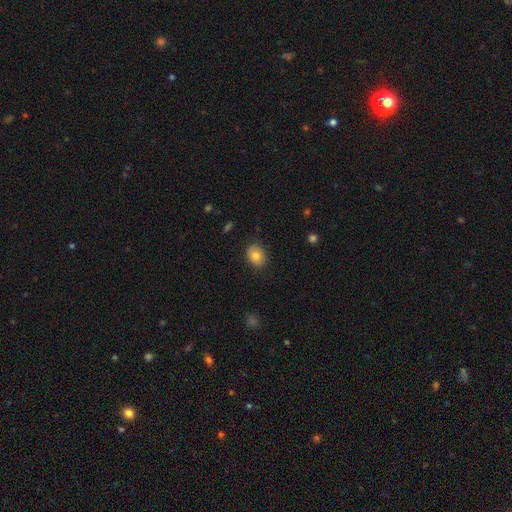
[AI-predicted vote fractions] Smooth or featured? smooth (81%)
How rounded? in between (54%)
Merging? none (85%)